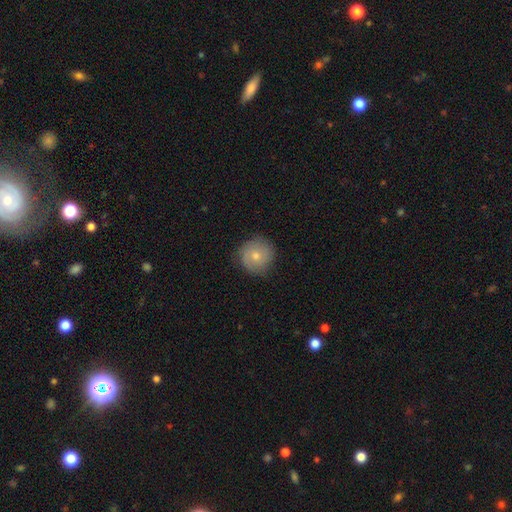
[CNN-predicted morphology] Overall: smooth (61%; featured or disk 31%). How rounded: round (93%). Merging: none (81%).